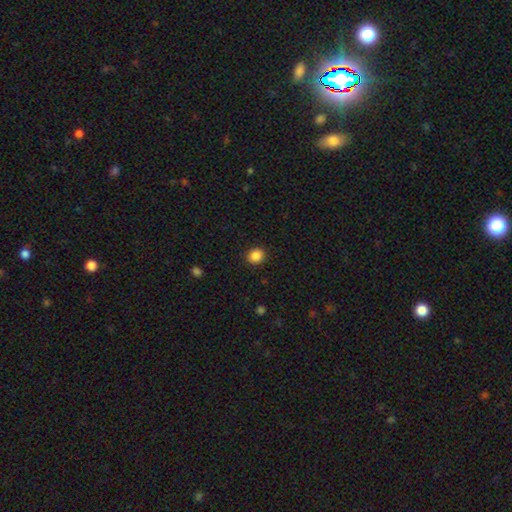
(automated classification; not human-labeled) Smooth or featured: smooth — 87% (star or artifact — 10%)
How rounded: round — 81% (in between — 18%)
Merging: none — 91% (minor disturbance — 6%)